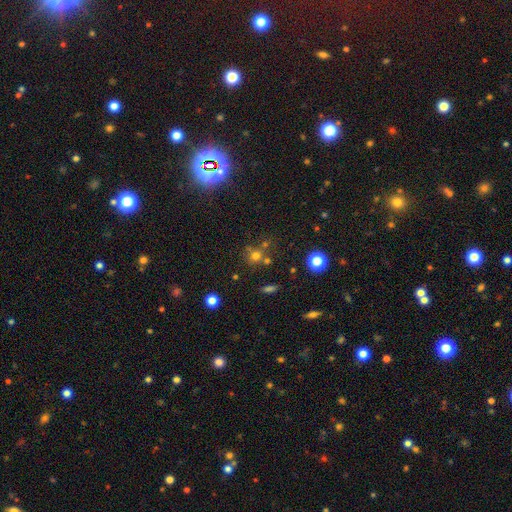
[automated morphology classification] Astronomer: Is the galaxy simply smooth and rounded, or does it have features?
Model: smooth — 62%.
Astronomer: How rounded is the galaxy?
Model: round — 87%.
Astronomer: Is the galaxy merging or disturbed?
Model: none — 60%.